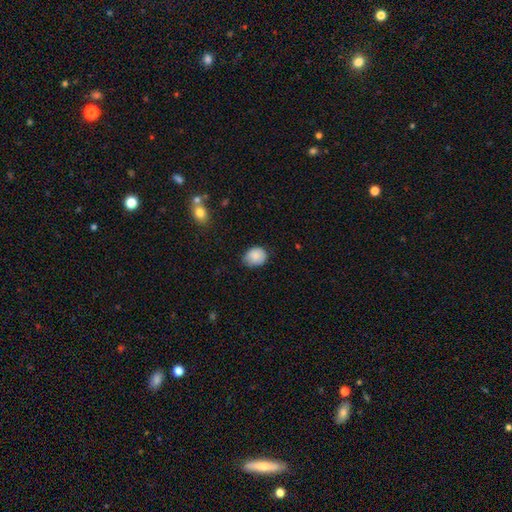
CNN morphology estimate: smooth-or-featured: smooth: 87% | star or artifact: 8% | featured or disk: 6%
  how-rounded: round: 57% | in between: 42% | cigar-shaped: 1%
  merging: none: 70% | minor disturbance: 24% | major disturbance: 4% | merger: 1%